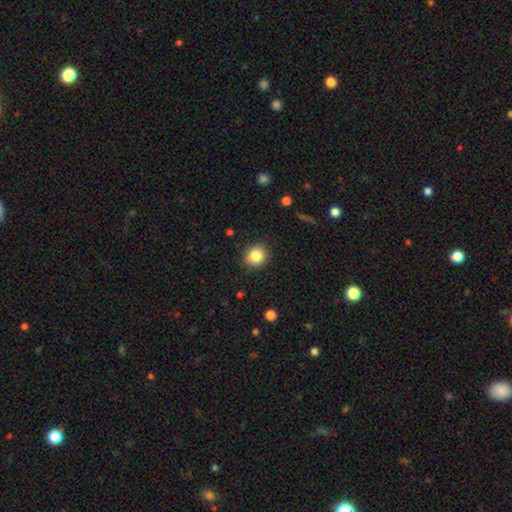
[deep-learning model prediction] Smooth or featured? Predicted: smooth (p=0.84). How rounded? Predicted: round (p=0.80). Merging? Predicted: none (p=0.90).